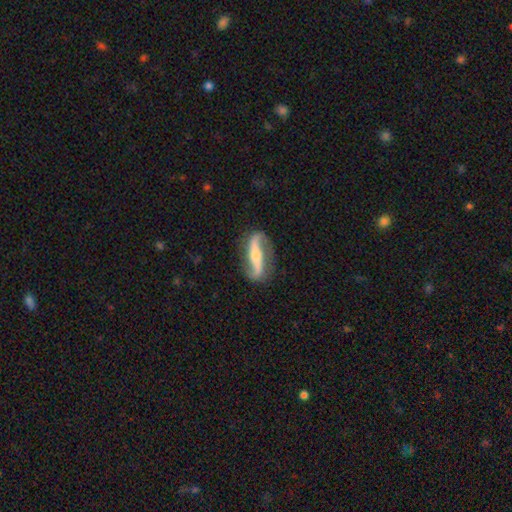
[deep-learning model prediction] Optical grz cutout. It shows a featured or disk galaxy (83%) with a strong bar (59%), 2 (92%) loose (71%) spiral arms (92%) and a small central bulge (47%). Merging: none (81%).